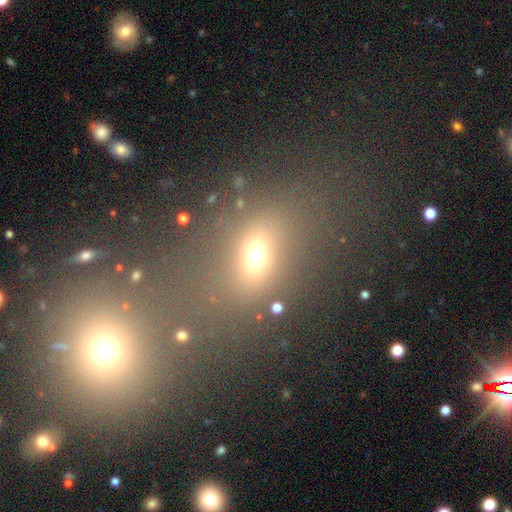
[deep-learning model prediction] smooth 59%, star or artifact 27%, featured or disk 14%. Down the decision tree: how rounded — in between (64%); merging — none (63%).